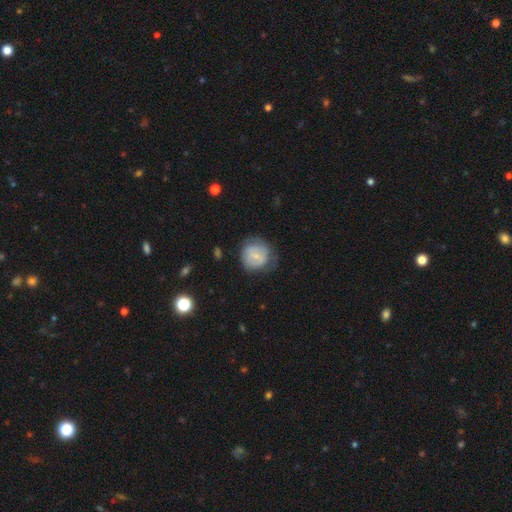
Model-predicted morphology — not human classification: Smooth or featured? Predicted: smooth (p=0.63). How rounded? Predicted: round (p=0.87). Merging? Predicted: none (p=0.61).